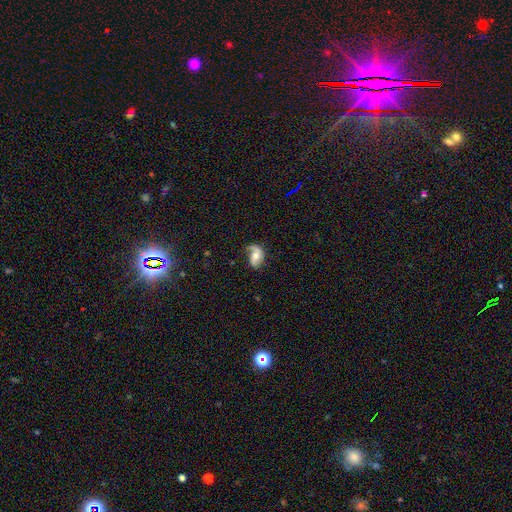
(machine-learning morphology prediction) The model was most divided on "spiral winding": loose: 50%, medium: 35%, tight: 15%. More confident: edge-on disk — no (97%); spiral arms — yes (91%); smooth or featured — featured or disk (69%); spiral arm count — 2 (67%); bulge size — moderate (67%); bar — no (61%); merging — none (55%).